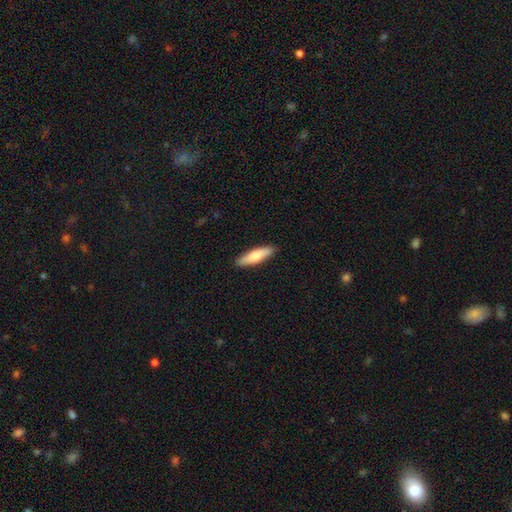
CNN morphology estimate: This appears to be a smooth galaxy with no disk features (73%) that is cigar-shaped (70%). Merging: none (90%).